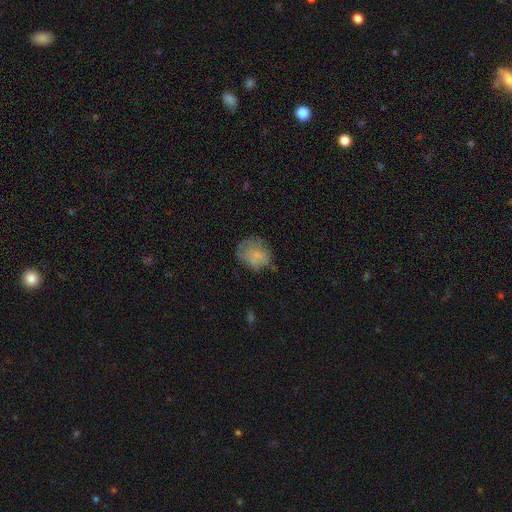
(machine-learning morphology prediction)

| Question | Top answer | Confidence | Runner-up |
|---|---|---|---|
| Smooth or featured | smooth | 64% | featured or disk (26%) |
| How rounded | round | 60% | in between (39%) |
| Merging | none | 54% | minor disturbance (28%) |